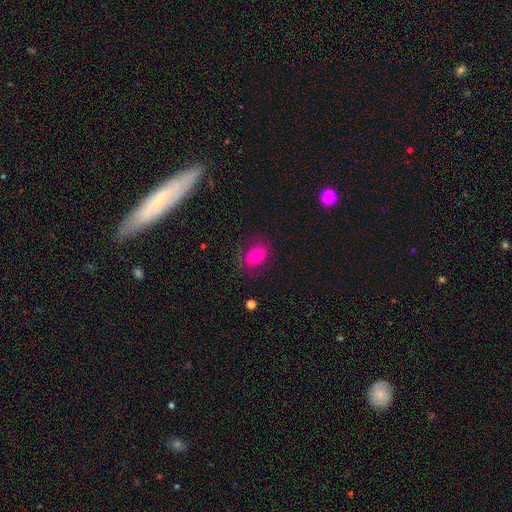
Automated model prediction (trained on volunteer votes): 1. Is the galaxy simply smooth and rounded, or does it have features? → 73% smooth, 17% featured or disk, 10% star or artifact.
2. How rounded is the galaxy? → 75% in between, 24% round, 1% cigar-shaped.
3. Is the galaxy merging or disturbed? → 79% none, 14% minor disturbance, 6% major disturbance, 1% merger.